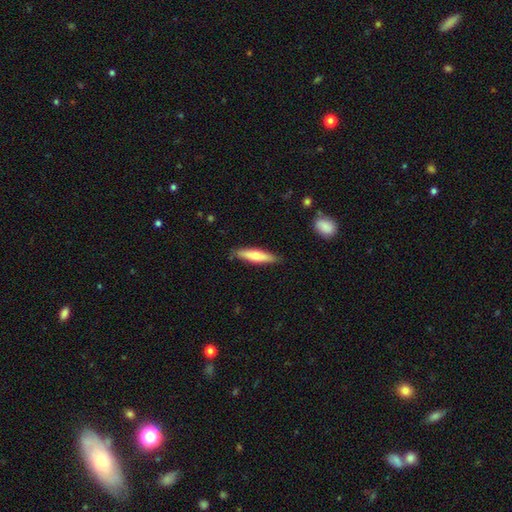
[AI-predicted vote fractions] smooth 60%, featured or disk 34%, star or artifact 6%. Down the decision tree: how rounded — cigar-shaped (79%); merging — none (85%).